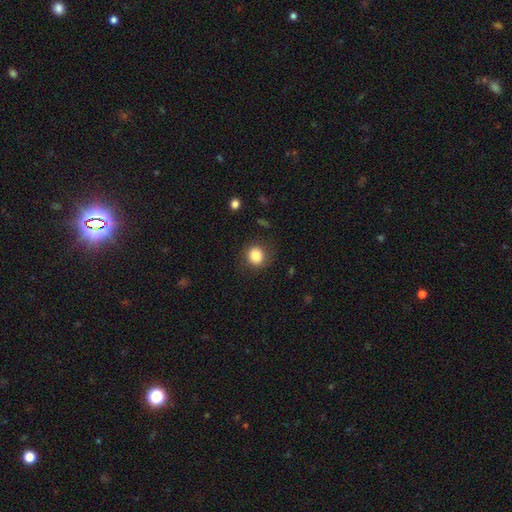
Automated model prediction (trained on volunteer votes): This appears to be a smooth galaxy with no disk features (83%) that is round (85%). Merging: none (84%).